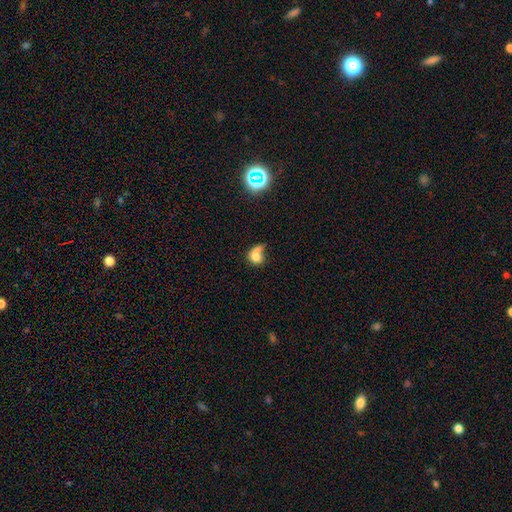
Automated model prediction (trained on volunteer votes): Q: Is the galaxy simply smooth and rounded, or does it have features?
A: smooth — 66%.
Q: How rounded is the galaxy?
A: round — 52%.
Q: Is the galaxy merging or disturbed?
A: merger — 29%.